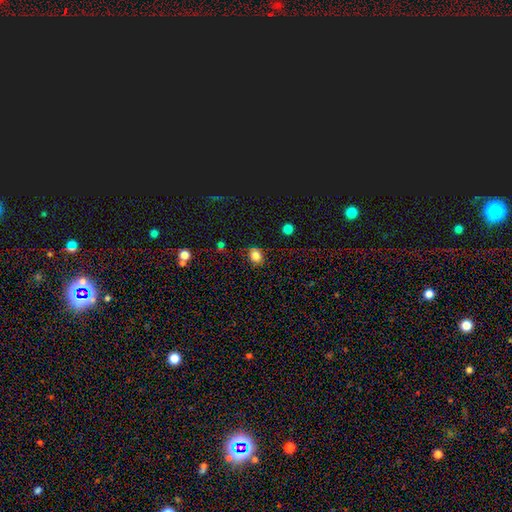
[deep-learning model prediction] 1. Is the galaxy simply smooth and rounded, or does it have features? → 83% smooth, 11% star or artifact, 6% featured or disk.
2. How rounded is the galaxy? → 56% round, 43% in between, 1% cigar-shaped.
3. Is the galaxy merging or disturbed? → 86% none, 10% minor disturbance, 3% major disturbance, 2% merger.